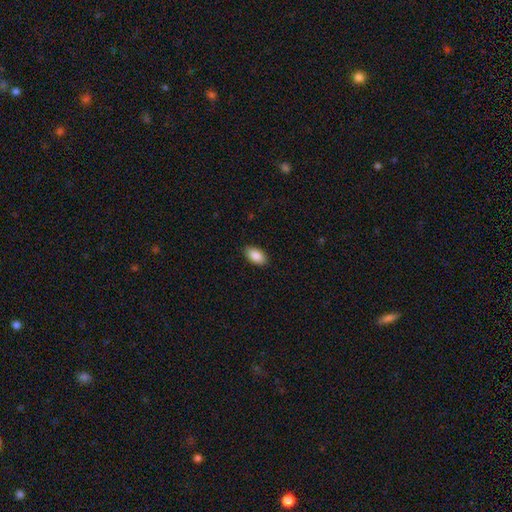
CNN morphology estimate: Smooth or featured? Predicted: smooth (p=0.89). How rounded? Predicted: in between (p=0.95). Merging? Predicted: none (p=0.89).